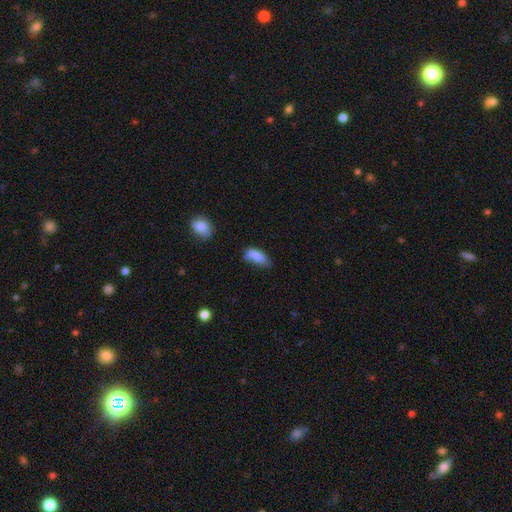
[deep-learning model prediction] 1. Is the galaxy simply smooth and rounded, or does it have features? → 80% smooth, 12% featured or disk, 9% star or artifact.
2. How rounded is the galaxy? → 85% in between, 12% cigar-shaped, 3% round.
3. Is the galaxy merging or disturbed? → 41% none, 36% minor disturbance, 16% major disturbance, 7% merger.